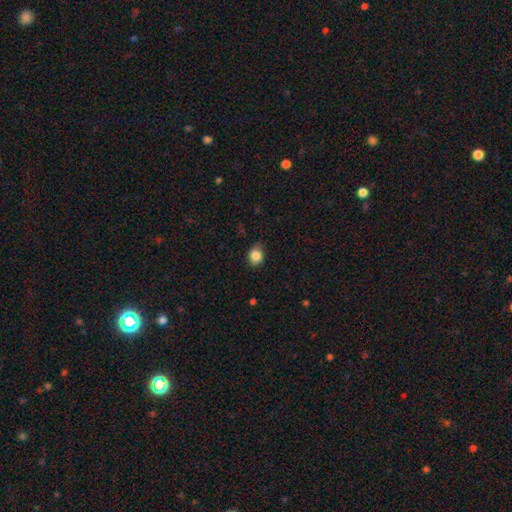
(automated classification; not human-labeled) A smooth galaxy with no disk features (85%) that is round (50%).

Vote fractions:
- Smooth or featured? smooth: 85% / star or artifact: 9% / featured or disk: 6%
- How rounded? round: 50% / in between: 49% / cigar-shaped: 1%
- Merging? none: 77% / minor disturbance: 18% / major disturbance: 3% / merger: 1%